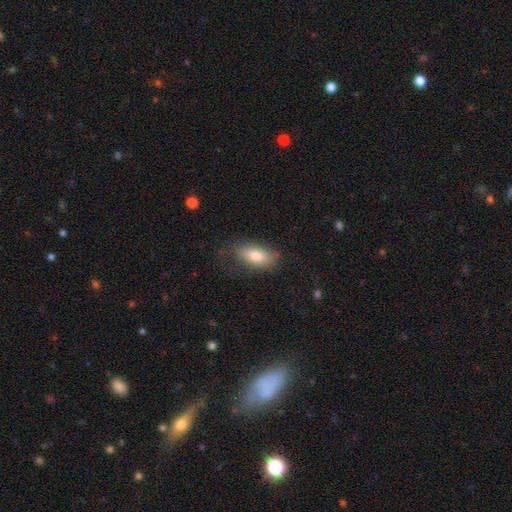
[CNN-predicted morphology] smooth_or_featured: smooth (p=0.79) [alt: featured or disk p=0.14]
how_rounded: in between (p=0.87) [alt: cigar-shaped p=0.10]
merging: none (p=0.70) [alt: minor disturbance p=0.20]